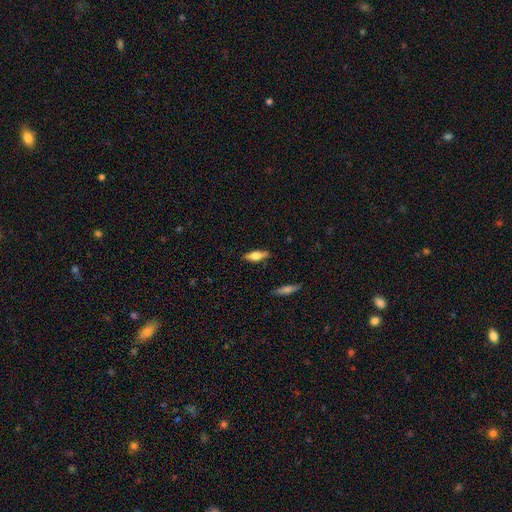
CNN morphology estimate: type=smooth (48%); merging=none (85%).